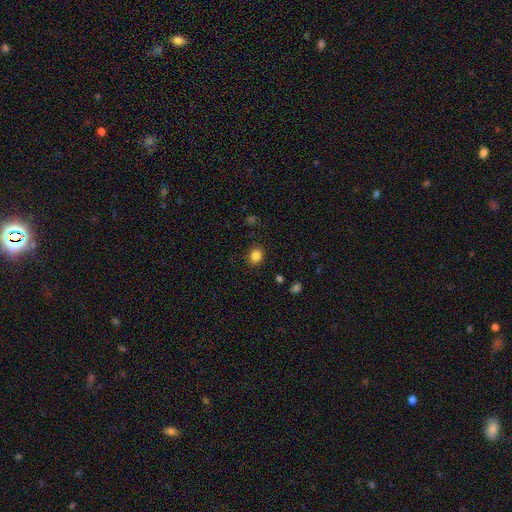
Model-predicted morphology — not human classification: This is clearly a smooth galaxy (84%). How rounded: likely round (67%). Merging: clearly none (86%).